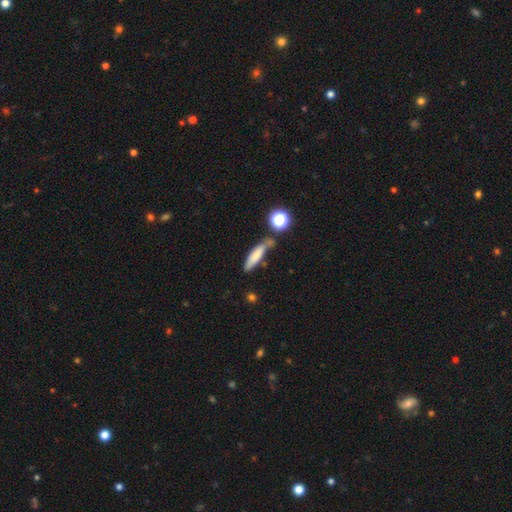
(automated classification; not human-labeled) This appears to be a smooth galaxy with no disk features (74%) that is cigar-shaped (69%). Merging: none (56%).